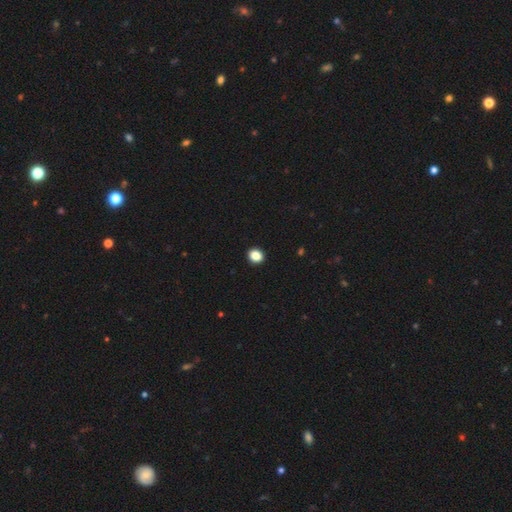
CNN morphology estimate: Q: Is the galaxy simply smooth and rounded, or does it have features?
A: smooth — 86%.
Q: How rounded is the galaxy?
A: round — 70%.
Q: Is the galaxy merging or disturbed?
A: none — 93%.